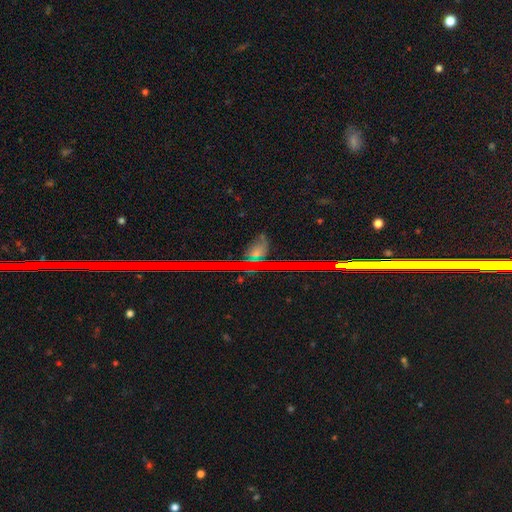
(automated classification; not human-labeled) Q: Smooth or featured?
A: star or artifact (59%); runner-up: smooth (24%)